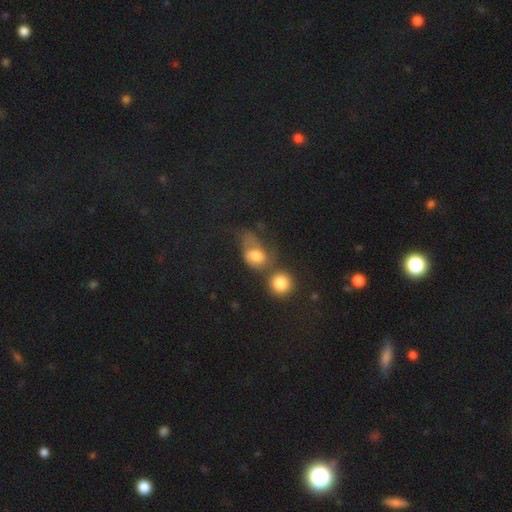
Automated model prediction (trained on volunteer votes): smooth-or-featured: smooth: 61% | featured or disk: 27% | star or artifact: 12%
  how-rounded: in between: 54% | round: 44% | cigar-shaped: 2%
  merging: merger: 38% | major disturbance: 28% | none: 20% | minor disturbance: 14%